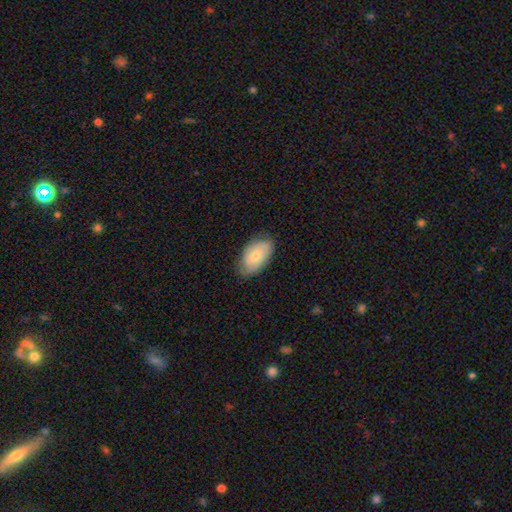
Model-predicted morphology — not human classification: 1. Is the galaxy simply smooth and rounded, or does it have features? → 54% smooth, 40% featured or disk, 6% star or artifact.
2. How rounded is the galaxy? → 92% in between, 6% round, 2% cigar-shaped.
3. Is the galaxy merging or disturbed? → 74% none, 21% minor disturbance, 4% major disturbance, 1% merger.